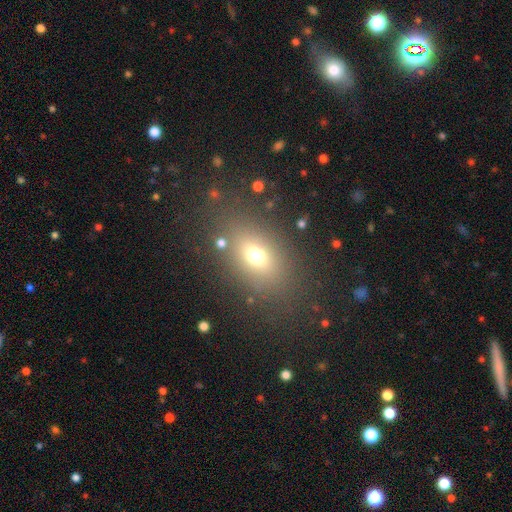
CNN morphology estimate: type=smooth (69%); roundness=in between (70%); merging=none (78%).